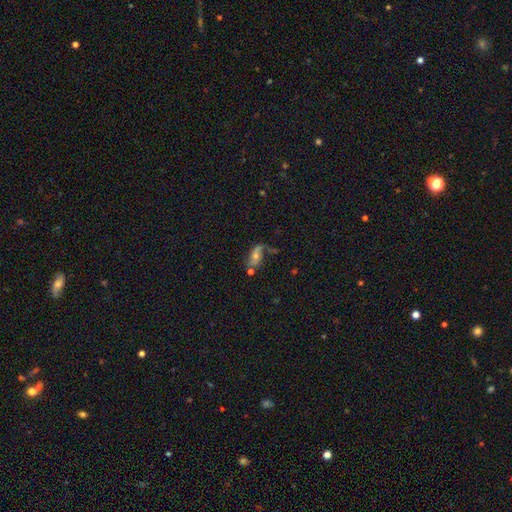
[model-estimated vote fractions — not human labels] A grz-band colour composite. It shows a featured or disk galaxy (65%) with no bar (61%), spiral arms (80%) and a moderate central bulge (51%). Merging: none (44%).